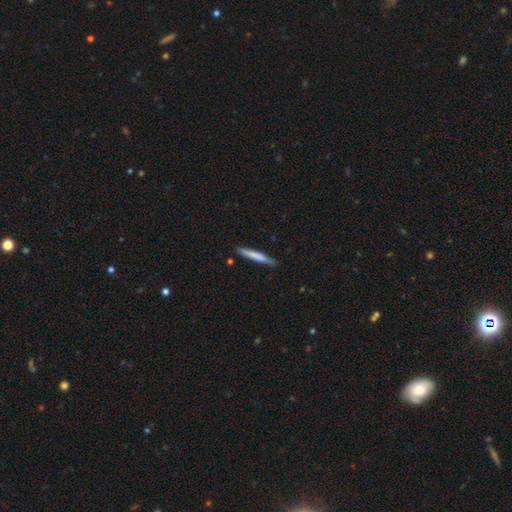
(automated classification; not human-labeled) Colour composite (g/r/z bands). It shows a smooth galaxy with no disk features (69%) that is cigar-shaped (95%). Merging: none (85%).